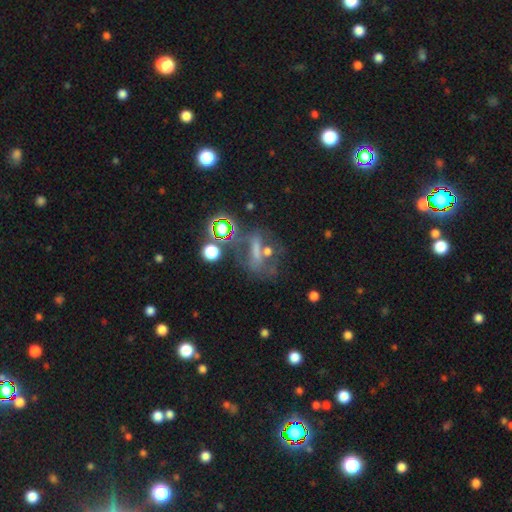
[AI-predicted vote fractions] smooth-or-featured: star or artifact: 42% | featured or disk: 33% | smooth: 25%